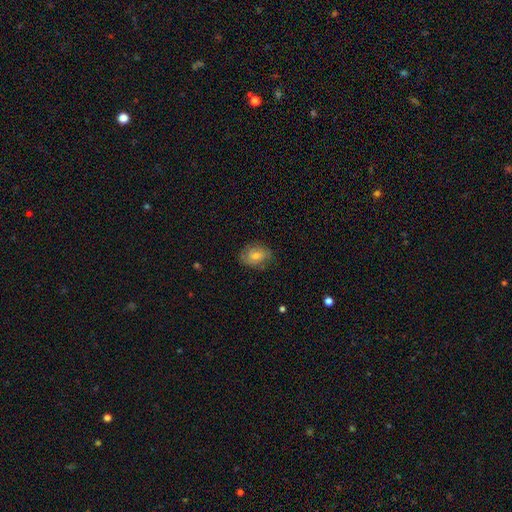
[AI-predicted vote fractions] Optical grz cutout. It shows a smooth galaxy with no disk features (49%). Merging: none (75%).